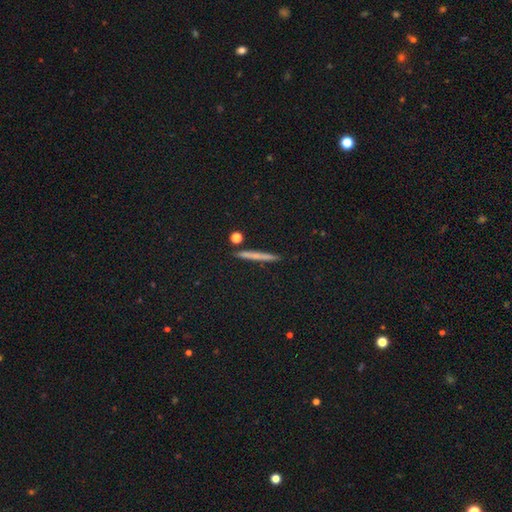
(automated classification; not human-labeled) Smooth or featured?
  - smooth: 61% *
  - featured or disk: 26%
  - star or artifact: 12%
How rounded?
  - cigar-shaped: 93% *
  - in between: 3%
  - round: 3%
Merging?
  - none: 90% *
  - minor disturbance: 6%
  - merger: 3%
  - major disturbance: 2%